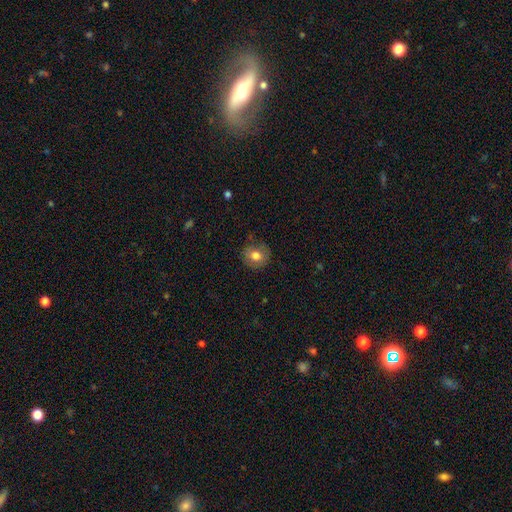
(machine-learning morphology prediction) smooth_or_featured: smooth (p=0.75) [alt: featured or disk p=0.15]
how_rounded: round (p=0.82) [alt: in between p=0.17]
merging: none (p=0.81) [alt: minor disturbance p=0.14]